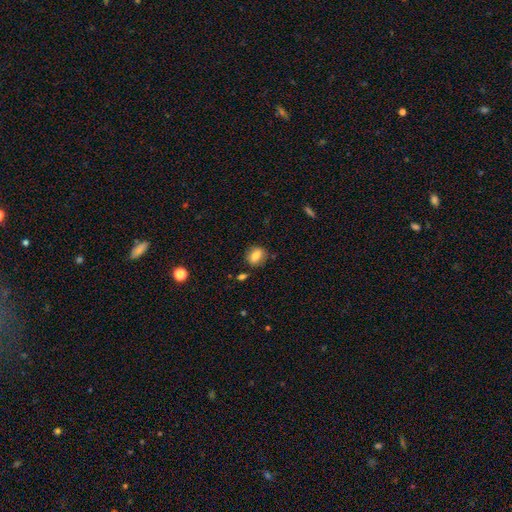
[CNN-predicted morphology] The model was most divided on "how rounded": in between: 57%, round: 41%, cigar-shaped: 3%. More confident: smooth or featured — smooth (80%); merging — none (79%).